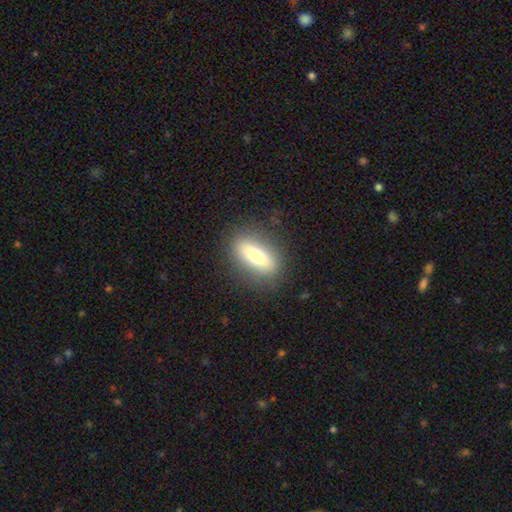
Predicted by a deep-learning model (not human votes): Overall: smooth (68%). How rounded: in between (64%; cigar-shaped 31%). Merging: none (86%).